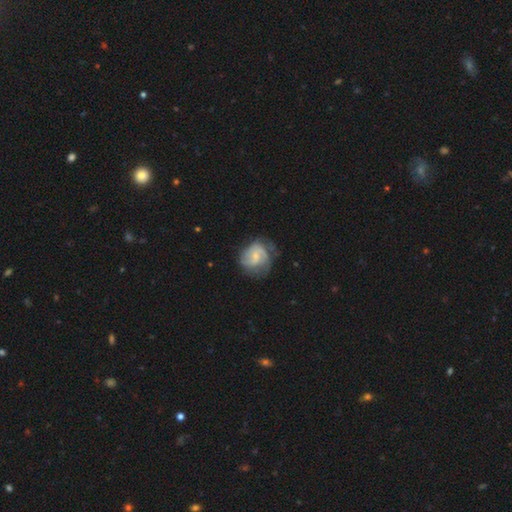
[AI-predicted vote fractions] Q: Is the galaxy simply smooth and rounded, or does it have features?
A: featured or disk — 67%.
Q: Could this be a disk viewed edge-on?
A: no — 98%.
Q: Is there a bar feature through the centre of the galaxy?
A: no — 50%.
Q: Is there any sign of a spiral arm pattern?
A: yes — 87%.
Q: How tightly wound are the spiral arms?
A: medium — 43%.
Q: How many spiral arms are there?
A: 2 — 45%.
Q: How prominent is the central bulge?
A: small — 58%.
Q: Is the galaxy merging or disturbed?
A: none — 54%.